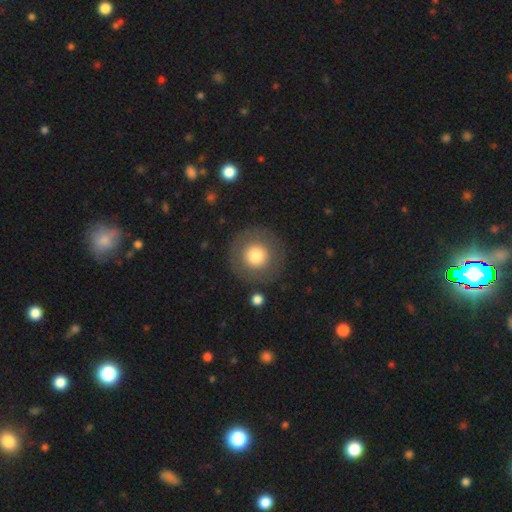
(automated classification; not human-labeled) This appears to be a smooth galaxy with no disk features (72%) that is round (96%). Merging: none (86%).